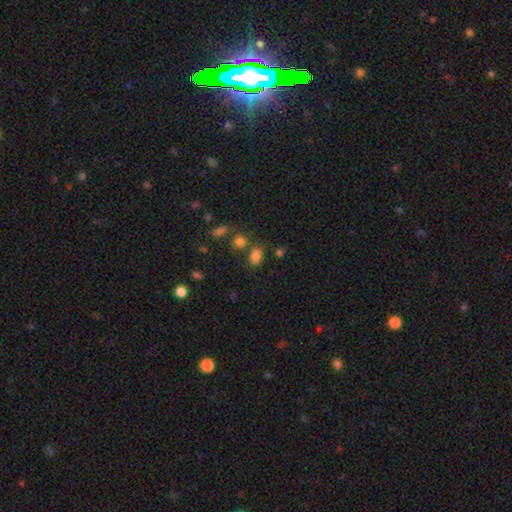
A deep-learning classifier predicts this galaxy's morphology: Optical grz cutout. It shows a smooth galaxy with no disk features (81%) that is in between round and cigar-shaped (81%). Merging: none (68%).